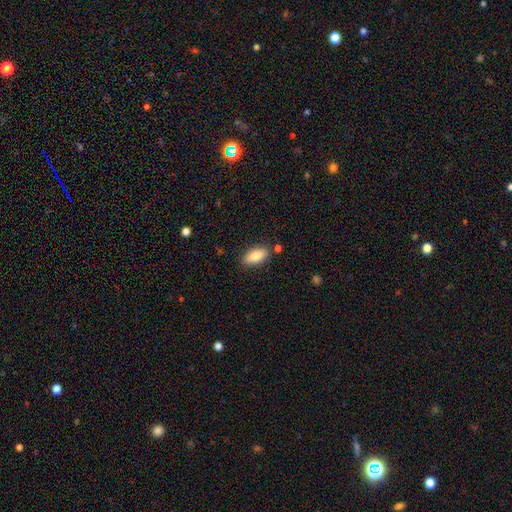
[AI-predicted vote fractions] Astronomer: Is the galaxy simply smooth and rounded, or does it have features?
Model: smooth — 82%.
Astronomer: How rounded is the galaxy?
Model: in between — 89%.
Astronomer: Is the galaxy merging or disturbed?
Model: none — 81%.